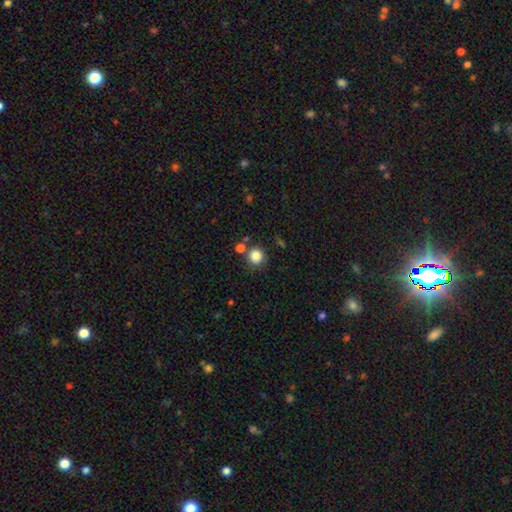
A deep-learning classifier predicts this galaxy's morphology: Smooth or featured? smooth (85%)
How rounded? round (90%)
Merging? none (76%)